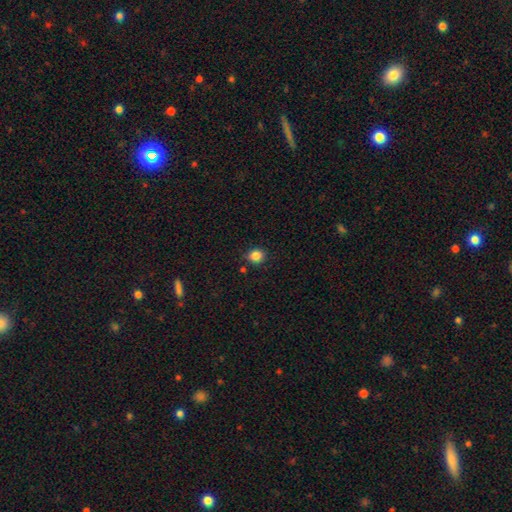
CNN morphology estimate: Overall: smooth (84%). How rounded: round (81%). Merging: none (84%).